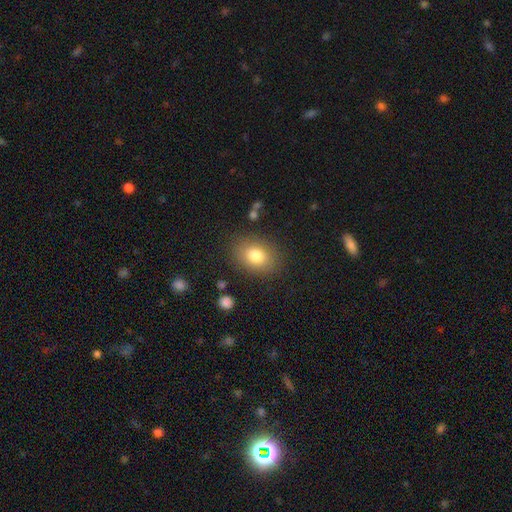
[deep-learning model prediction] smooth 80%, featured or disk 10%, star or artifact 10%. Down the decision tree: how rounded — in between (65%); merging — none (84%).